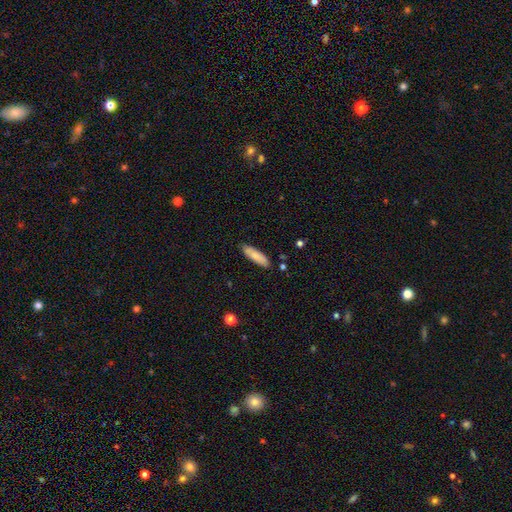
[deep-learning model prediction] The model was most divided on "how rounded": cigar-shaped: 57%, in between: 41%, round: 1%. More confident: merging — none (86%); smooth or featured — smooth (84%).